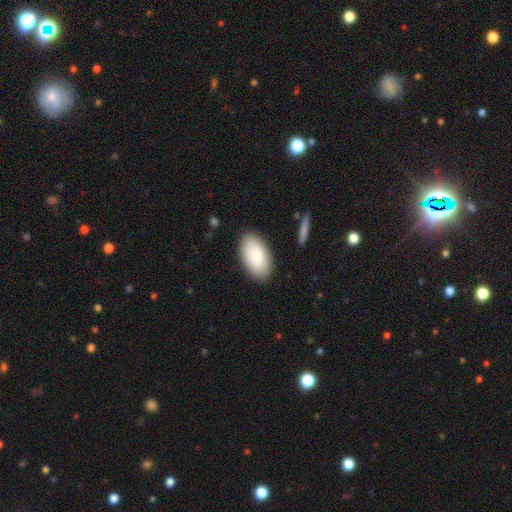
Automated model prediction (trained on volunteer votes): This appears to be a smooth galaxy with no disk features (86%) that is in between round and cigar-shaped (95%). Merging: none (87%).